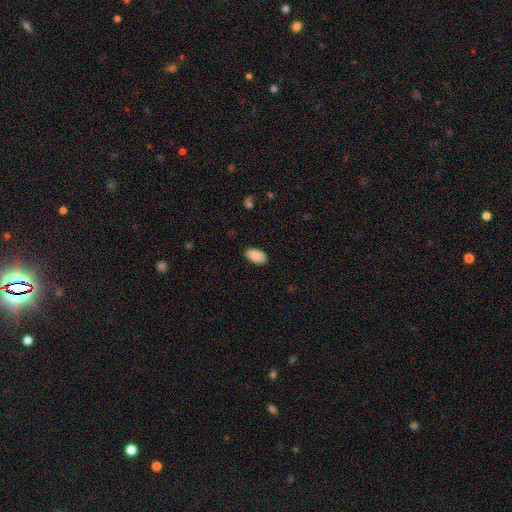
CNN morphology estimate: Overall: smooth (90%). How rounded: in between (95%). Merging: none (86%).